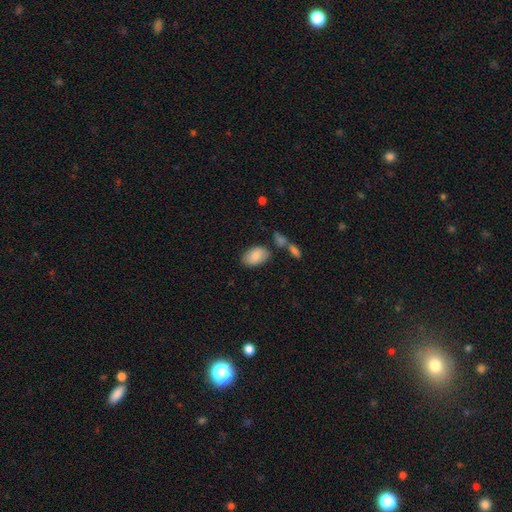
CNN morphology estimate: The model was most divided on "merging": none: 75%, minor disturbance: 15%, merger: 7%, major disturbance: 4%. More confident: how rounded — in between (92%); smooth or featured — smooth (85%).